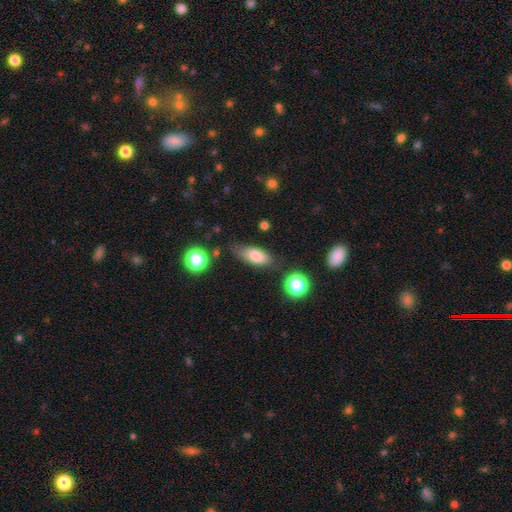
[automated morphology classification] Smooth or featured?
  - smooth: 79% *
  - featured or disk: 11%
  - star or artifact: 9%
How rounded?
  - in between: 80% *
  - cigar-shaped: 15%
  - round: 5%
Merging?
  - none: 65% *
  - minor disturbance: 24%
  - major disturbance: 7%
  - merger: 4%